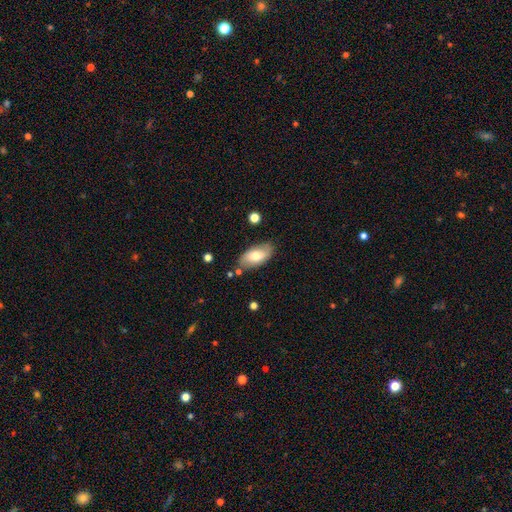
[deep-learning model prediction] Smooth or featured?
  - smooth: 68% *
  - featured or disk: 25%
  - star or artifact: 7%
How rounded?
  - in between: 93% *
  - cigar-shaped: 4%
  - round: 3%
Merging?
  - none: 79% *
  - minor disturbance: 15%
  - merger: 3%
  - major disturbance: 3%